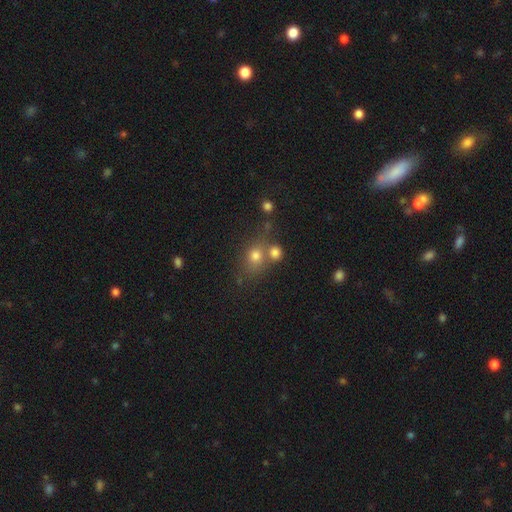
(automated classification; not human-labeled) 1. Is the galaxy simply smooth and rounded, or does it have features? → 63% smooth, 22% star or artifact, 15% featured or disk.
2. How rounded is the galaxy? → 62% round, 36% in between, 3% cigar-shaped.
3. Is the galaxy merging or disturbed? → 52% none, 31% merger, 11% minor disturbance, 5% major disturbance.